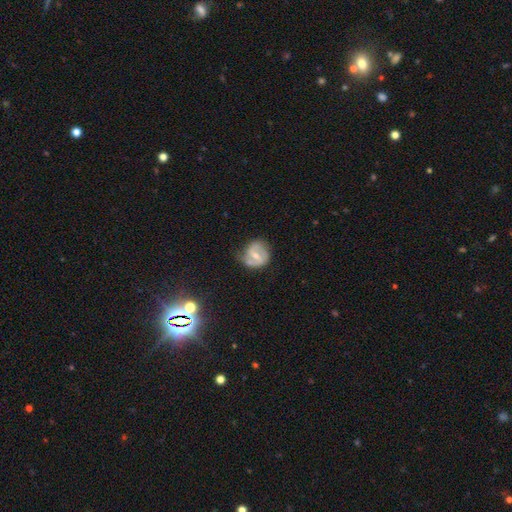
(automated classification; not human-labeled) This appears to be a featured or disk galaxy (68%) with a weak bar (48%), 2 (73%) medium (44%) spiral arms (79%) and a moderate central bulge (53%). Merging: none (57%).